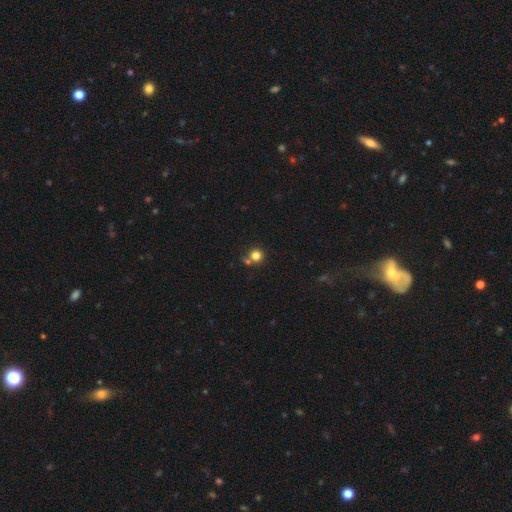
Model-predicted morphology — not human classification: smooth 80%, star or artifact 13%, featured or disk 7%. Down the decision tree: how rounded — round (92%); merging — none (66%).